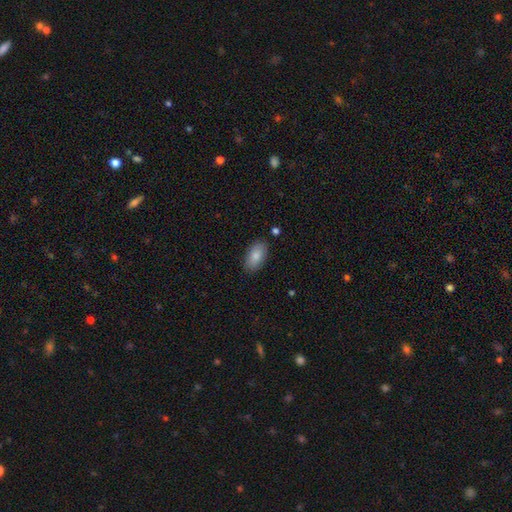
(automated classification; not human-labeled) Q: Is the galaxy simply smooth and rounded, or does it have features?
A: smooth — 84%.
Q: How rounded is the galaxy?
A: in between — 94%.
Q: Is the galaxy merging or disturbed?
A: none — 86%.